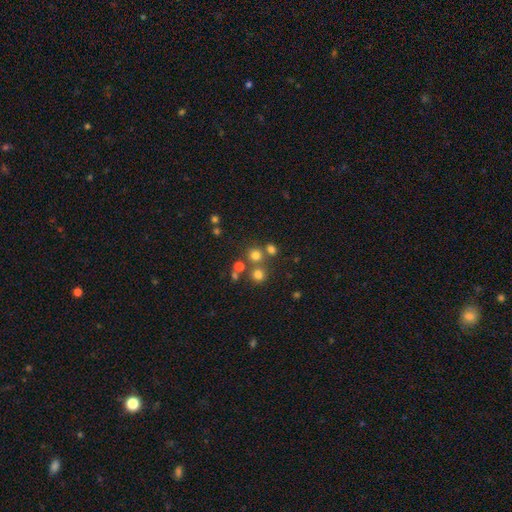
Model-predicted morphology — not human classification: Q: Smooth or featured?
A: smooth (70%); runner-up: star or artifact (21%)
Q: How rounded?
A: round (88%); runner-up: in between (11%)
Q: Merging?
A: none (68%); runner-up: merger (21%)